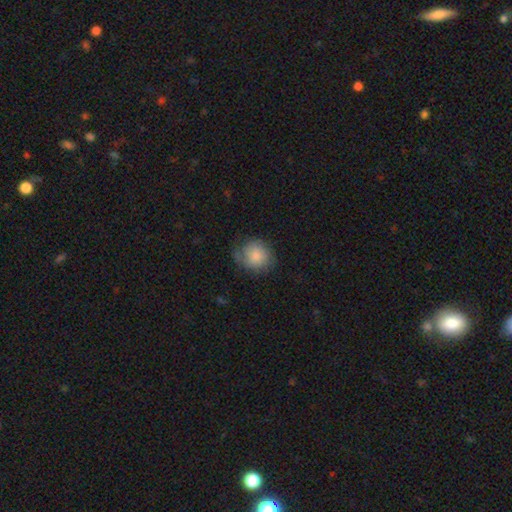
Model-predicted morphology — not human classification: A smooth galaxy with no disk features (76%) that is round (79%). Merging: none (57%).